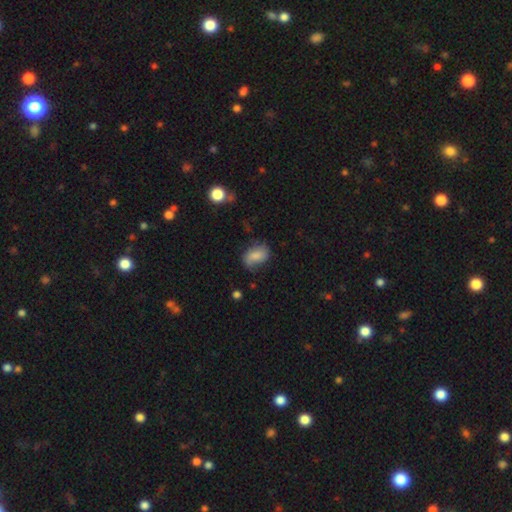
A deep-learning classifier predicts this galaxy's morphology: smooth-or-featured: smooth: 69% | featured or disk: 22% | star or artifact: 9%
  how-rounded: in between: 83% | round: 15% | cigar-shaped: 2%
  merging: none: 57% | minor disturbance: 30% | major disturbance: 11% | merger: 3%